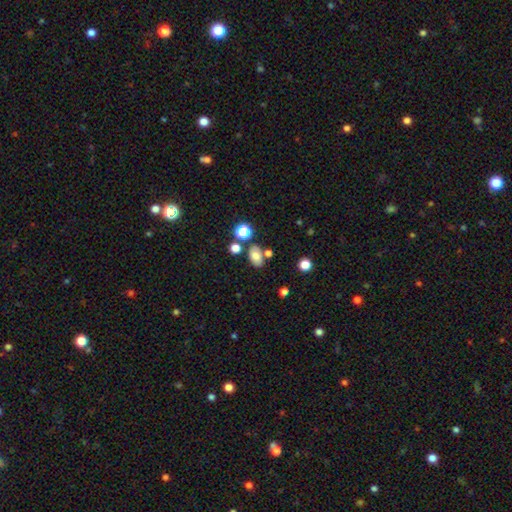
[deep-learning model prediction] smooth_or_featured: smooth (p=0.74) [alt: star or artifact p=0.13]
how_rounded: in between (p=0.84) [alt: round p=0.15]
merging: none (p=0.70) [alt: minor disturbance p=0.13]